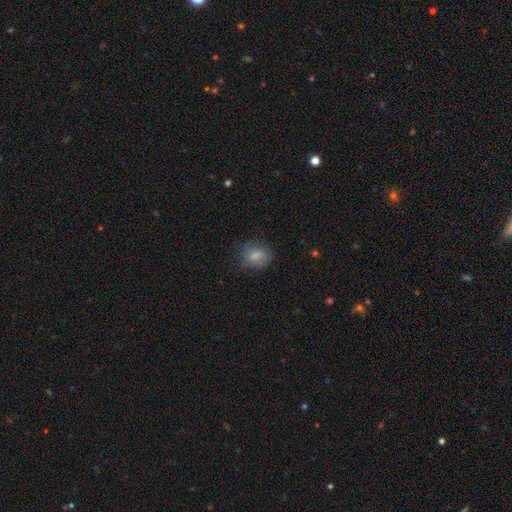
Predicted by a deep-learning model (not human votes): This is likely a smooth galaxy (77%). How rounded: possibly in between (54%). Merging: likely none (70%).